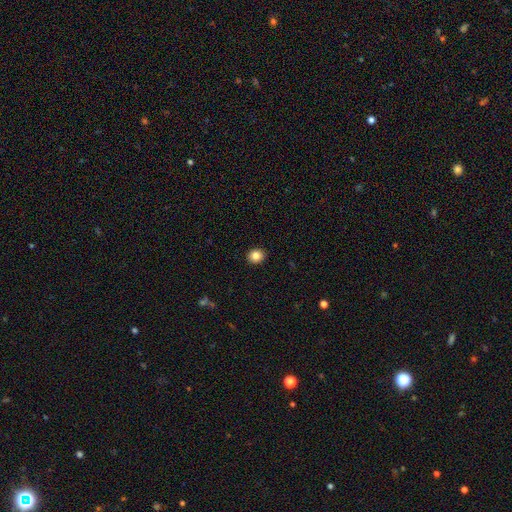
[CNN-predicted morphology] type=smooth (85%); roundness=round (74%); merging=none (92%).